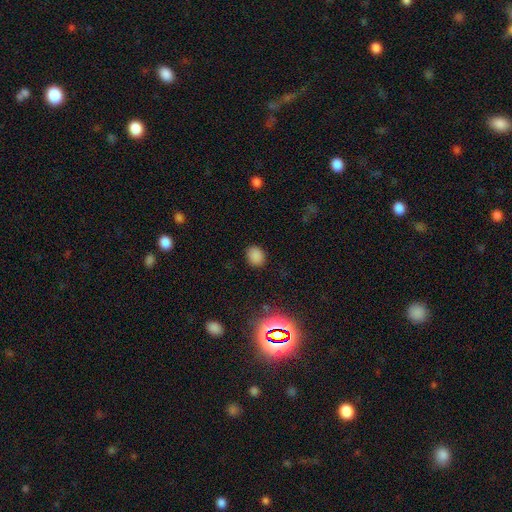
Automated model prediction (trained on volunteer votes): smooth-or-featured: smooth: 81% | star or artifact: 15% | featured or disk: 4%
  how-rounded: in between: 50% | round: 49% | cigar-shaped: 1%
  merging: none: 86% | minor disturbance: 10% | major disturbance: 3% | merger: 1%